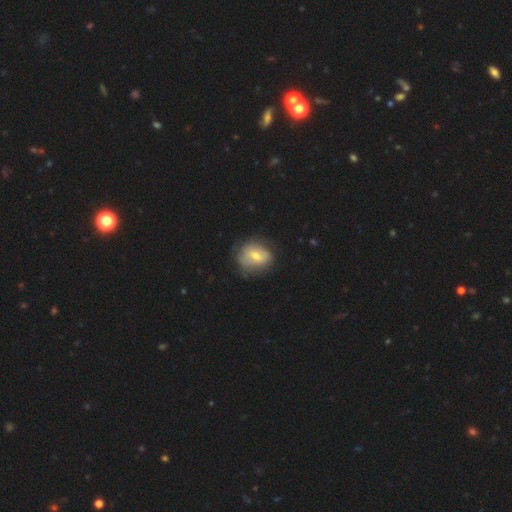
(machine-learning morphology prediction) smooth_or_featured: smooth (p=0.51) [alt: featured or disk p=0.42]
how_rounded: in between (p=0.51) [alt: round p=0.47]
merging: none (p=0.62) [alt: minor disturbance p=0.27]